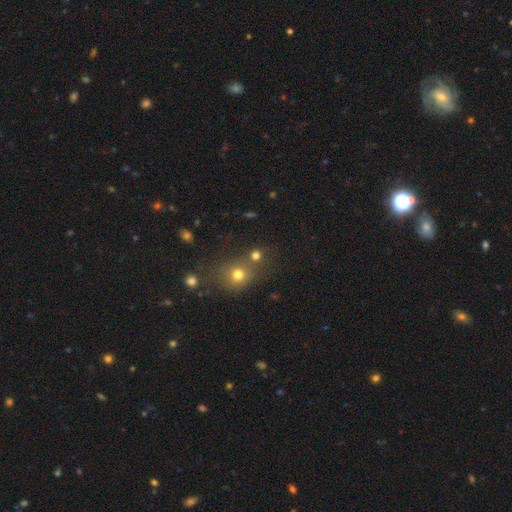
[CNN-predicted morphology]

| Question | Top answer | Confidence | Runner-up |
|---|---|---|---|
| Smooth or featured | smooth | 71% | star or artifact (20%) |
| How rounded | round | 85% | in between (13%) |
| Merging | none | 57% | merger (31%) |